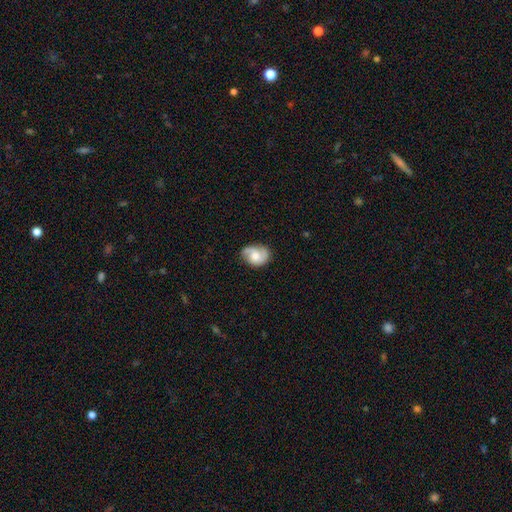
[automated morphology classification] Q: Smooth or featured?
A: featured or disk (59%); runner-up: smooth (33%)
Q: Edge-on disk?
A: no (97%); runner-up: yes (3%)
Q: Bar?
A: no (68%); runner-up: weak (28%)
Q: Spiral arms?
A: yes (90%); runner-up: no (10%)
Q: Spiral winding?
A: medium (44%); runner-up: tight (28%)
Q: Spiral arm count?
A: 2 (69%); runner-up: 1 (14%)
Q: Bulge size?
A: moderate (50%); runner-up: large (21%)
Q: Merging?
A: none (65%); runner-up: minor disturbance (24%)